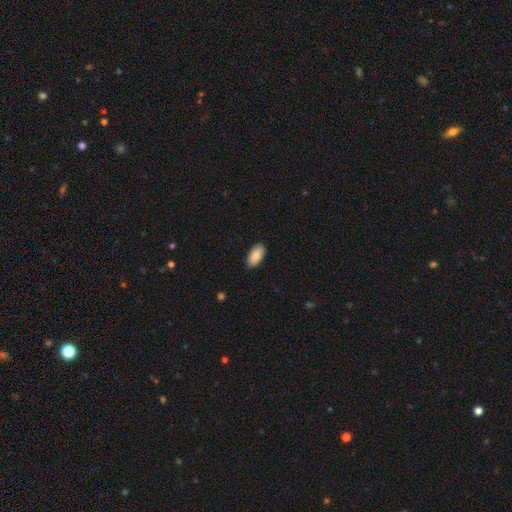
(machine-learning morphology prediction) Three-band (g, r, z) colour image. It shows a smooth galaxy with no disk features (87%) that is in between round and cigar-shaped (94%). Merging: none (87%).